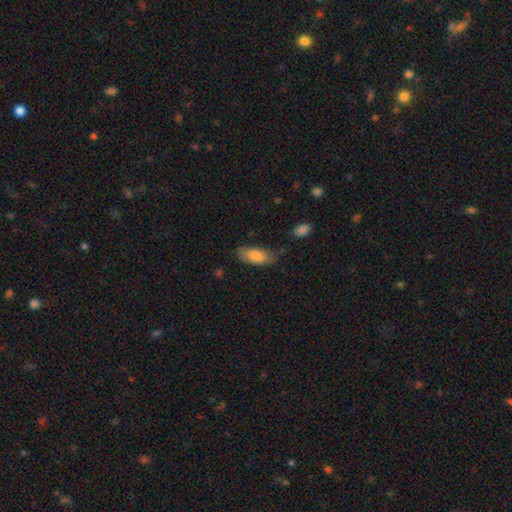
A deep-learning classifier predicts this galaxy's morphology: This appears to be a smooth galaxy with no disk features (80%) that is in between round and cigar-shaped (84%). Merging: none (69%).